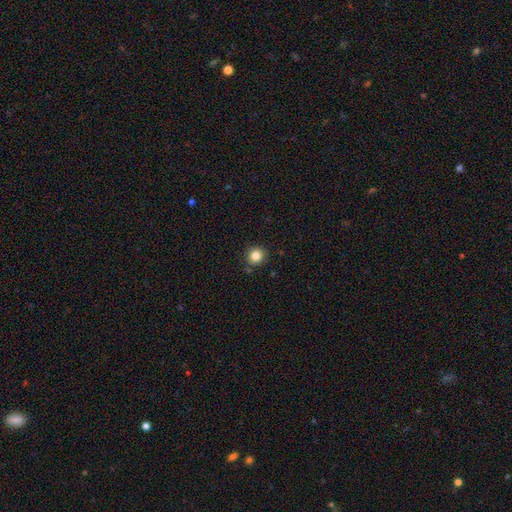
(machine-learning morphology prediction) A smooth galaxy with no disk features (83%) that is round (90%).

Vote fractions:
- Smooth or featured? smooth: 83% / star or artifact: 11% / featured or disk: 5%
- How rounded? round: 90% / in between: 9% / cigar-shaped: 1%
- Merging? none: 88% / minor disturbance: 8% / merger: 2% / major disturbance: 2%